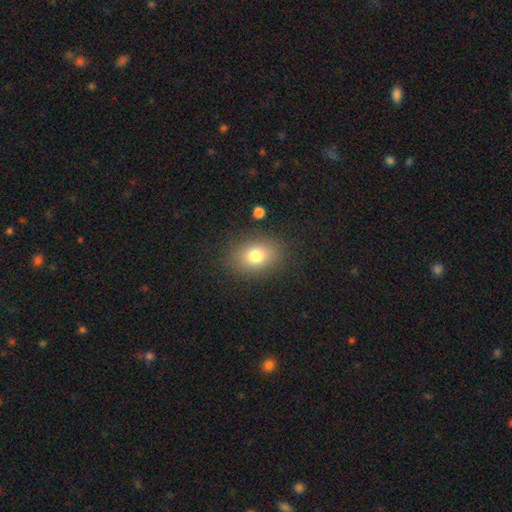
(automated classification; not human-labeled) Smooth or featured: smooth — 79% (star or artifact — 11%)
How rounded: in between — 69% (round — 30%)
Merging: none — 83% (minor disturbance — 10%)